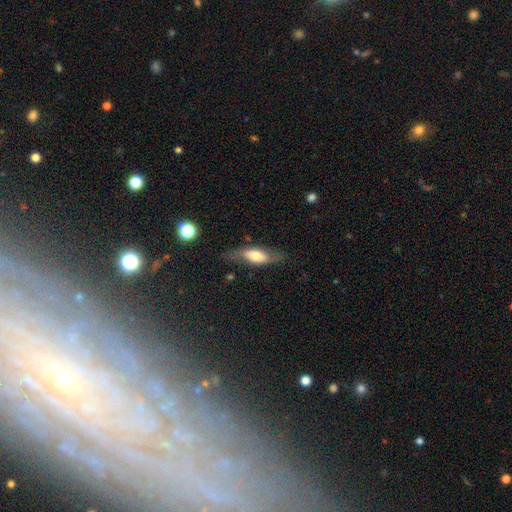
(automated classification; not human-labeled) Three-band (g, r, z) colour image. It shows a smooth galaxy with no disk features (52%) that is in between round and cigar-shaped (61%). Merging: none (70%).